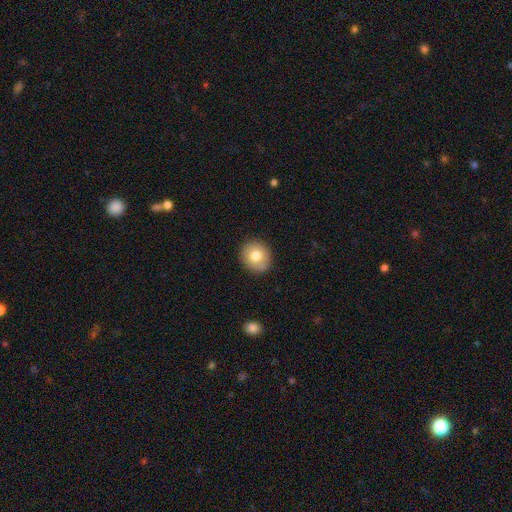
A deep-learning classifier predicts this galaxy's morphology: This appears to be a smooth galaxy with no disk features (78%) that is round (83%). Merging: none (89%).